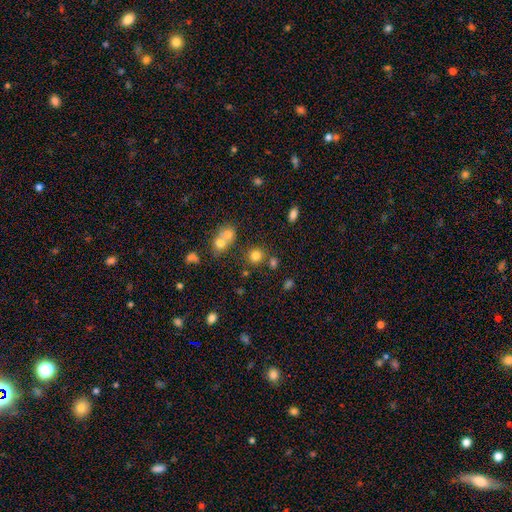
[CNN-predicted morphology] smooth 77%, star or artifact 15%, featured or disk 8%. Down the decision tree: how rounded — round (87%); merging — none (70%).